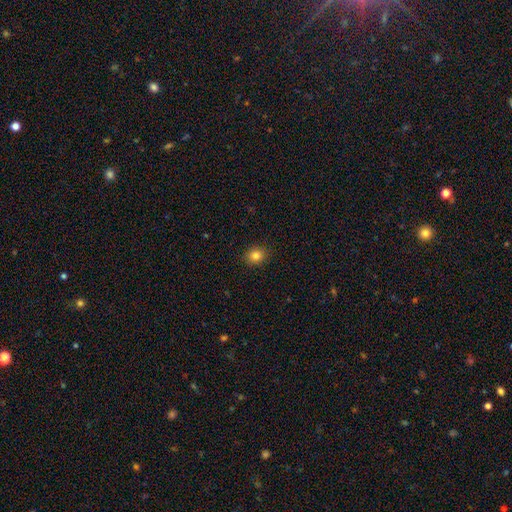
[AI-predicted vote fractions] Smooth or featured: smooth — 83% (star or artifact — 11%)
How rounded: round — 69% (in between — 30%)
Merging: none — 90% (minor disturbance — 7%)